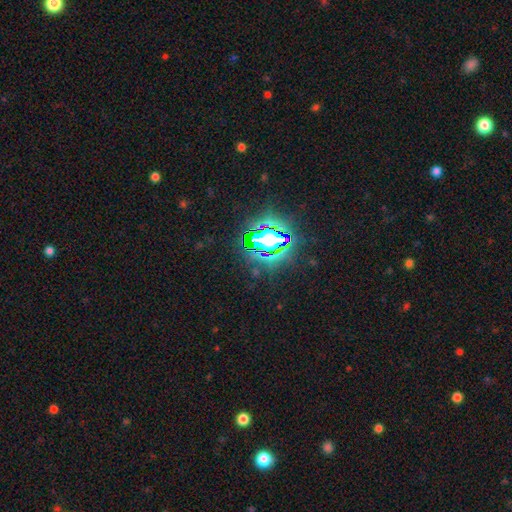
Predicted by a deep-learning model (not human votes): The model was most divided on "smooth or featured": star or artifact: 79%, smooth: 12%, featured or disk: 9%.